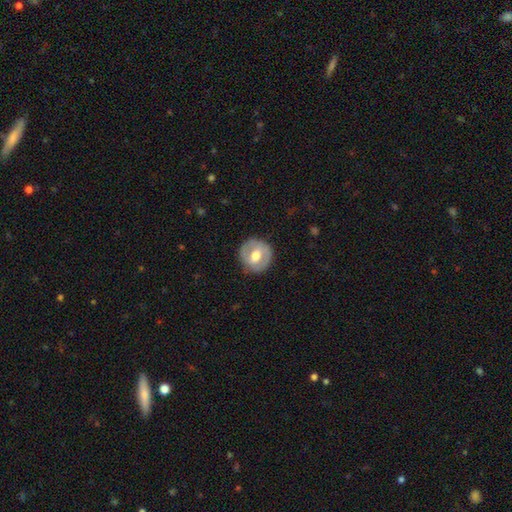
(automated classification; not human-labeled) This appears to be a featured or disk galaxy (58%) with a weak bar (46%), spiral arms (54%) and a moderate central bulge (74%). Merging: none (85%).